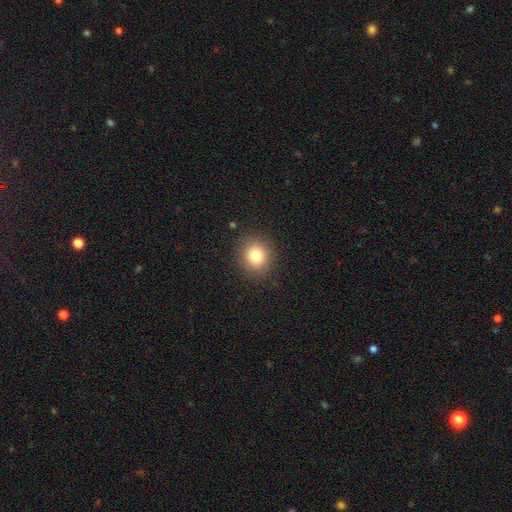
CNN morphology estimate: Smooth or featured: smooth — 81% (star or artifact — 12%)
How rounded: round — 83% (in between — 16%)
Merging: none — 89% (minor disturbance — 8%)